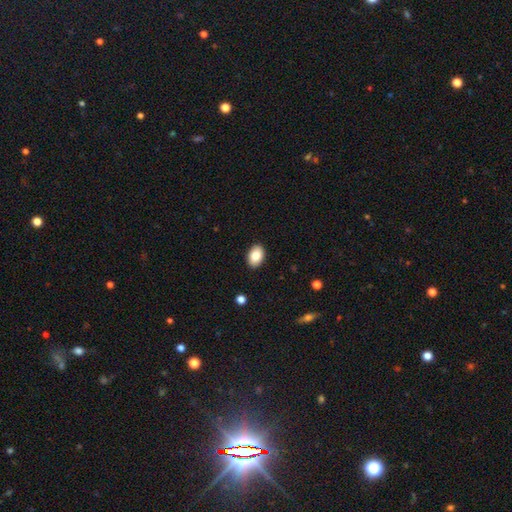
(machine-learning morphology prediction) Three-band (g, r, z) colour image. It shows a smooth galaxy with no disk features (84%) that is in between round and cigar-shaped (85%). Merging: none (90%).